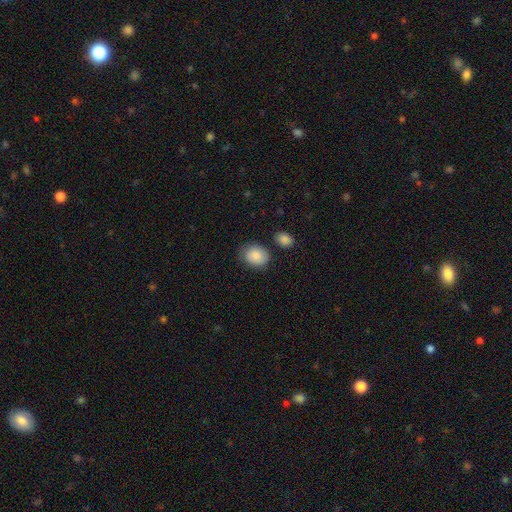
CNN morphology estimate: Smooth or featured?
  - smooth: 87% *
  - star or artifact: 7%
  - featured or disk: 6%
How rounded?
  - in between: 55% *
  - round: 44%
  - cigar-shaped: 1%
Merging?
  - none: 72% *
  - minor disturbance: 19%
  - major disturbance: 5%
  - merger: 5%